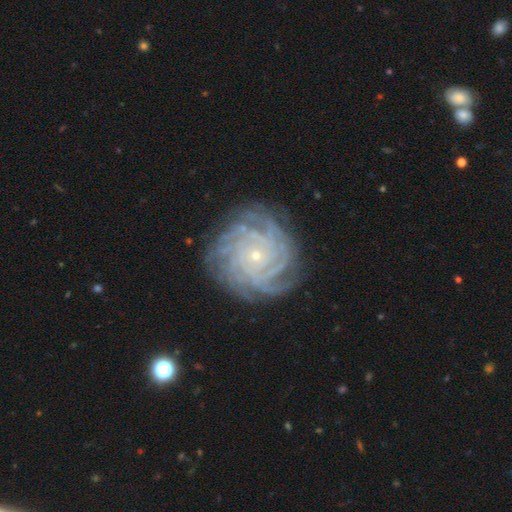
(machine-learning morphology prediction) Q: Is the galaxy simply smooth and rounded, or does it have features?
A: featured or disk — 89%.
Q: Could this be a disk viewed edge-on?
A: no — 98%.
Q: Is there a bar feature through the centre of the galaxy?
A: no — 78%.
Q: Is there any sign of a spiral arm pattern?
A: yes — 98%.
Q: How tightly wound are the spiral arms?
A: tight — 85%.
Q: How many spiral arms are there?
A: more than 4 — 37%.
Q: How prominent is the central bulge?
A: small — 85%.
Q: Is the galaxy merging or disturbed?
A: none — 82%.